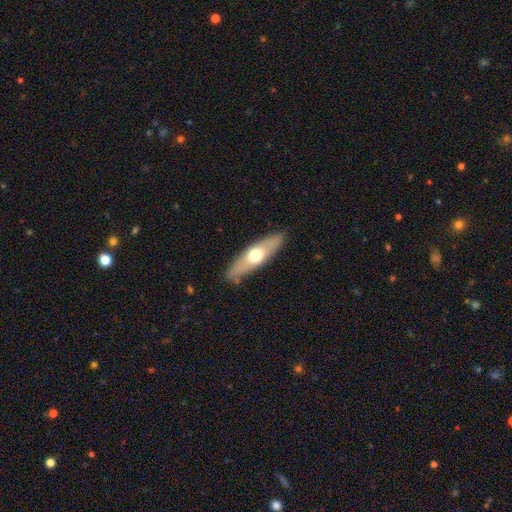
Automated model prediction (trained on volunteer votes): Smooth or featured? Predicted: smooth (p=0.51). How rounded? Predicted: cigar-shaped (p=0.58). Merging? Predicted: none (p=0.86).